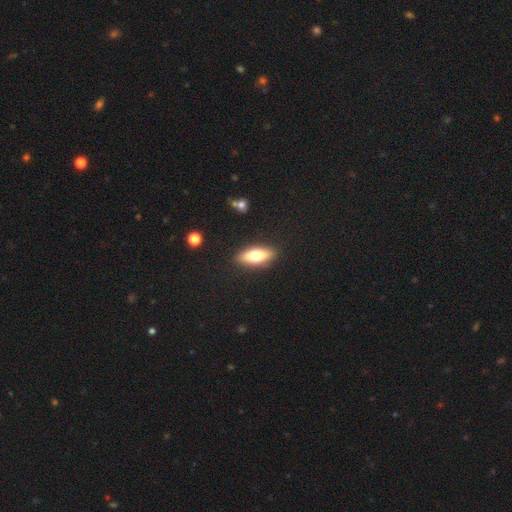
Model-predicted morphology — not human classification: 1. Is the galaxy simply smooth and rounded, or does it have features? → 69% smooth, 24% featured or disk, 7% star or artifact.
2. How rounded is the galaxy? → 70% in between, 27% cigar-shaped, 3% round.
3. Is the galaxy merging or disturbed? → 87% none, 9% minor disturbance, 2% major disturbance, 1% merger.